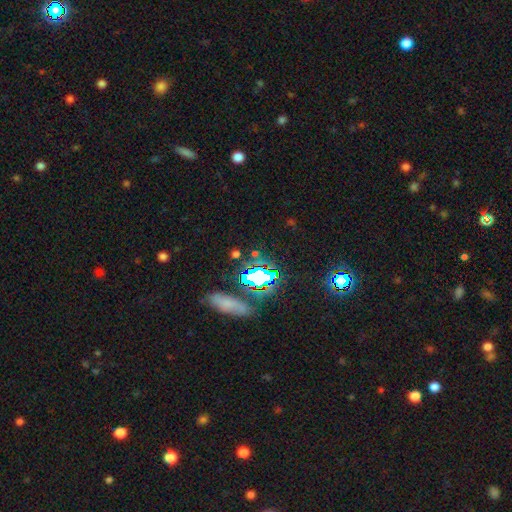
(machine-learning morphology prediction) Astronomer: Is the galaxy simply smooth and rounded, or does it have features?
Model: star or artifact — 67%.